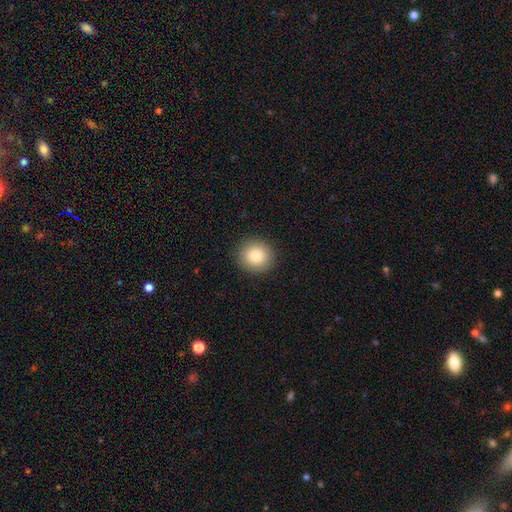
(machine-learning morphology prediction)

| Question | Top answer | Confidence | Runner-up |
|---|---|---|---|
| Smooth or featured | smooth | 85% | star or artifact (9%) |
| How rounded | round | 87% | in between (12%) |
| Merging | none | 91% | minor disturbance (6%) |